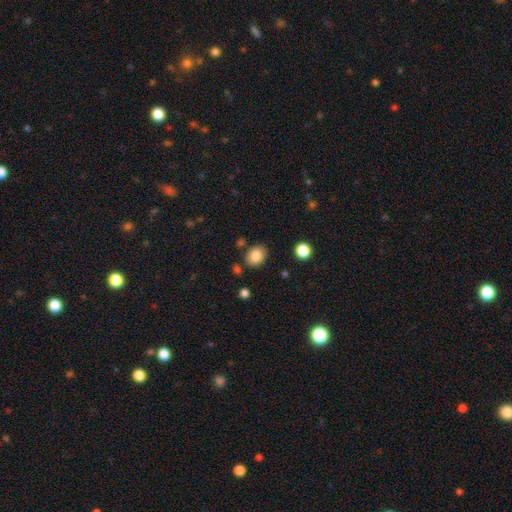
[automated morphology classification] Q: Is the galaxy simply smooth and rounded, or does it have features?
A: smooth — 84%.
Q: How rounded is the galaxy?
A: in between — 56%.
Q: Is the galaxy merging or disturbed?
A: none — 81%.